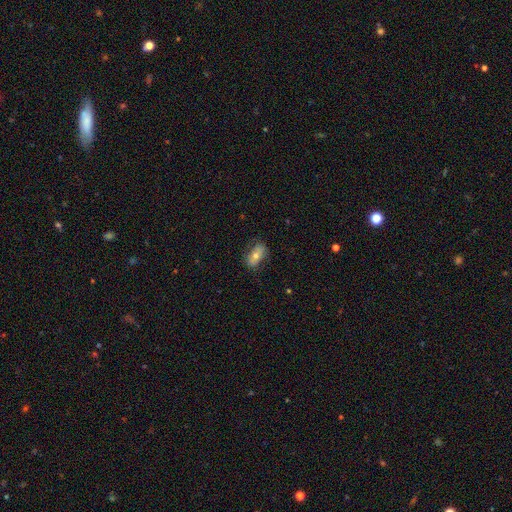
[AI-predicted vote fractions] This is likely a smooth galaxy (61%). How rounded: clearly in between (85%). Merging: likely none (75%).